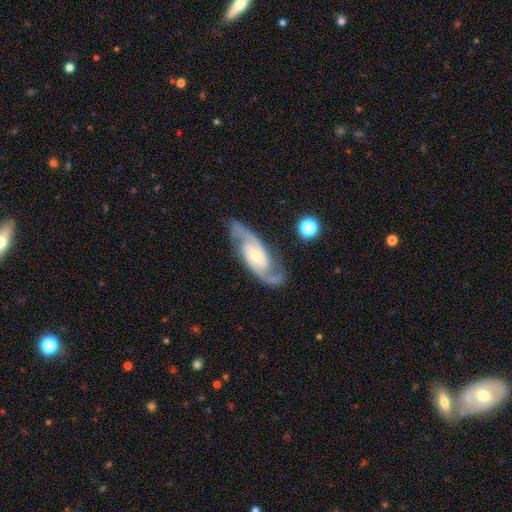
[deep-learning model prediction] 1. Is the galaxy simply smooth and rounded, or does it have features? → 91% featured or disk, 5% smooth, 5% star or artifact.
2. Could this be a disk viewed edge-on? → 95% no, 5% yes.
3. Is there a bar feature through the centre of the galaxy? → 46% no, 37% weak, 17% strong.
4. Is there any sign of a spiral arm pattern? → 98% yes, 2% no.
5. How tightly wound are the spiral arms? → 55% medium, 30% tight, 15% loose.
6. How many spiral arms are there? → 92% 2, 3% can't tell, 2% 3, 1% 1, 1% 4, 1% more than 4.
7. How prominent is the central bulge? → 53% small, 40% moderate, 3% large, 3% none, 1% dominant.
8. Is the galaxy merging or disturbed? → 82% none, 12% minor disturbance, 4% major disturbance, 2% merger.